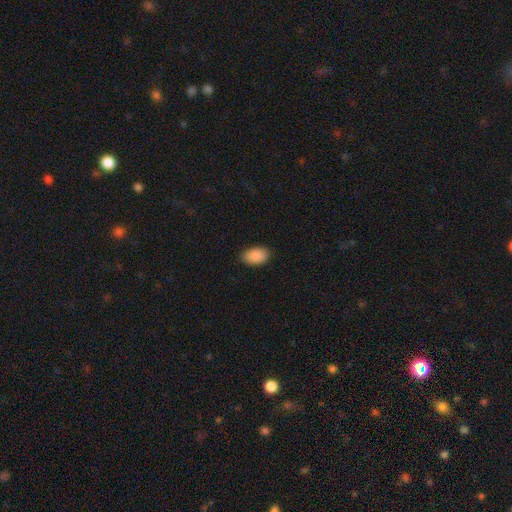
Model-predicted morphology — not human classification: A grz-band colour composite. It shows a smooth galaxy with no disk features (90%) that is in between round and cigar-shaped (93%). Merging: none (86%).